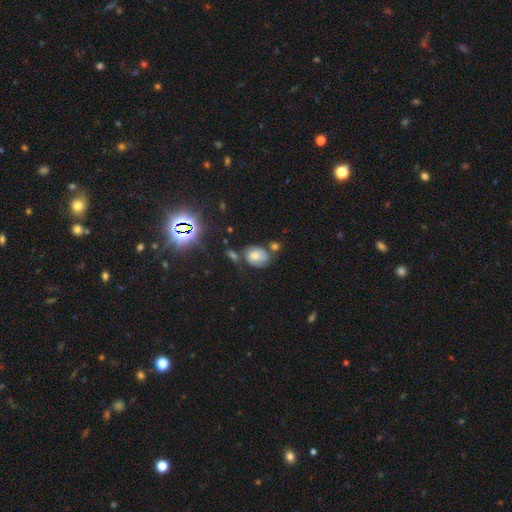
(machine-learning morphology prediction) Smooth or featured? smooth (50%)
How rounded? in between (62%)
Merging? none (50%)